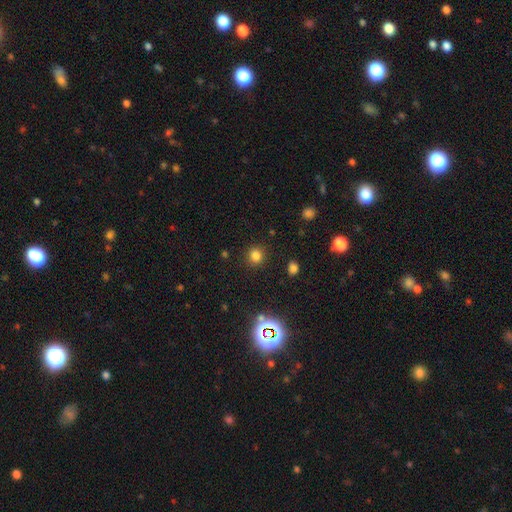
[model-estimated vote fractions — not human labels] Morphology: type=smooth (78%); roundness=round (88%); merging=none (89%).